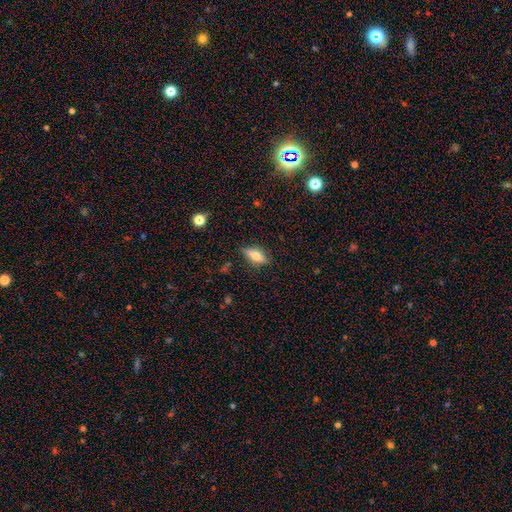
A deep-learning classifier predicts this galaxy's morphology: This is possibly a smooth galaxy (56%). How rounded: likely in between (71%). Merging: clearly none (80%).